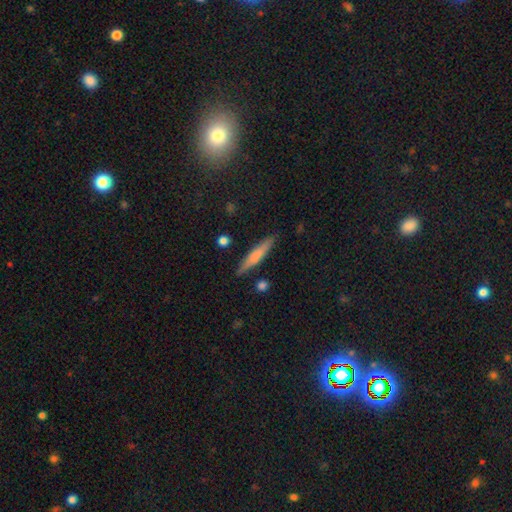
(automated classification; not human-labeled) Overall: smooth (63%; featured or disk 31%). How rounded: cigar-shaped (91%). Merging: none (86%).